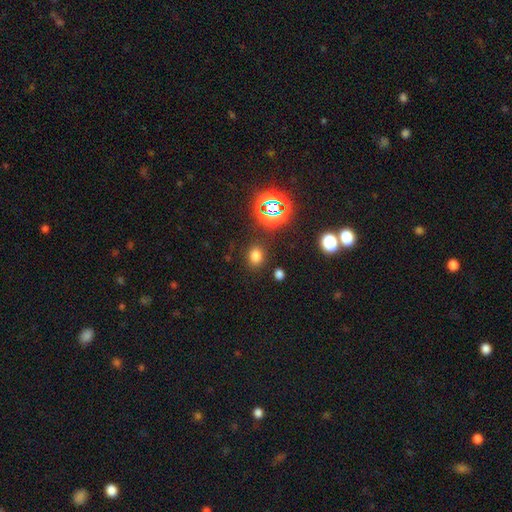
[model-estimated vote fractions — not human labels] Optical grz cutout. It shows a smooth galaxy with no disk features (71%) that is in between round and cigar-shaped (55%). Merging: none (84%).